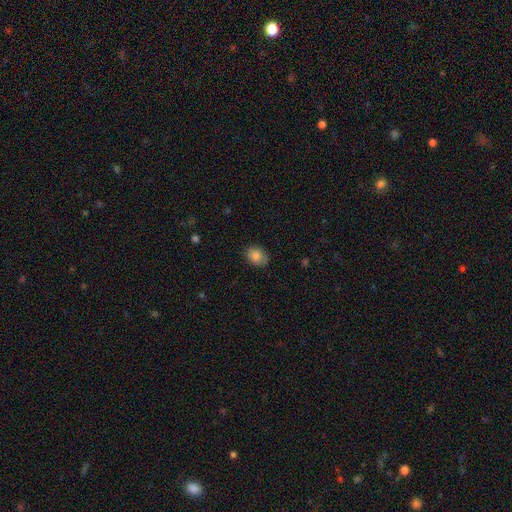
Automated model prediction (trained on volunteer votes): Q: Smooth or featured?
A: smooth (84%); runner-up: star or artifact (8%)
Q: How rounded?
A: in between (63%); runner-up: round (36%)
Q: Merging?
A: none (80%); runner-up: minor disturbance (16%)